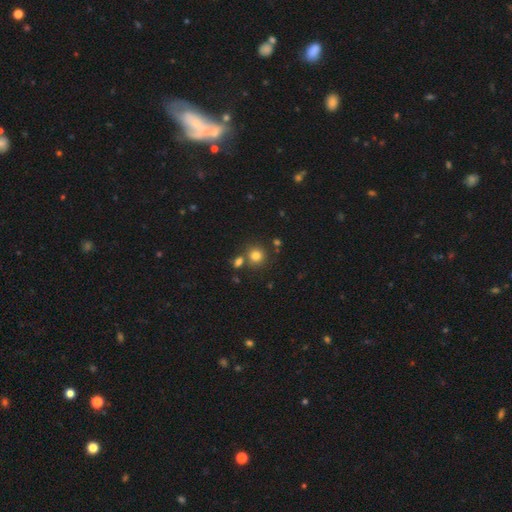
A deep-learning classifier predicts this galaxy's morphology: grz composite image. It shows a smooth galaxy with no disk features (80%) that is round (88%). Merging: none (69%).